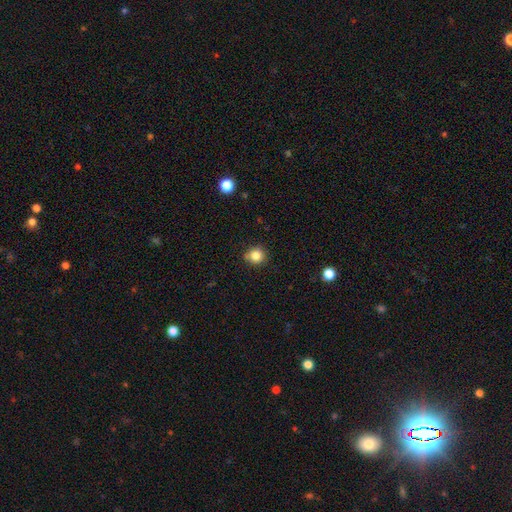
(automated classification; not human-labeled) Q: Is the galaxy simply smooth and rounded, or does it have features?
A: smooth — 83%.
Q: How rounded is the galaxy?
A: round — 89%.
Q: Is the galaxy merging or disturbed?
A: none — 82%.